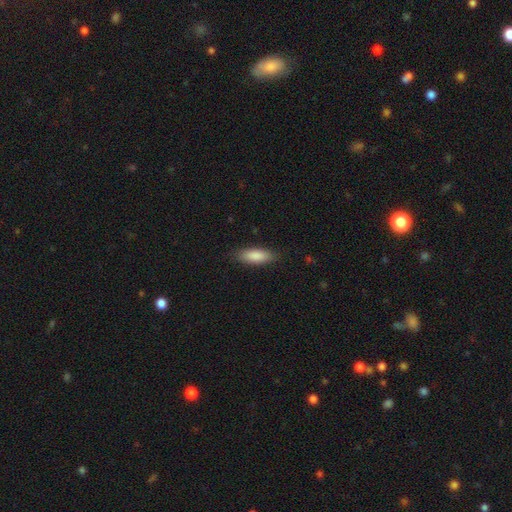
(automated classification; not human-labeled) smooth_or_featured: smooth (p=0.88) [alt: featured or disk p=0.06]
how_rounded: in between (p=0.72) [alt: cigar-shaped p=0.26]
merging: none (p=0.86) [alt: minor disturbance p=0.11]